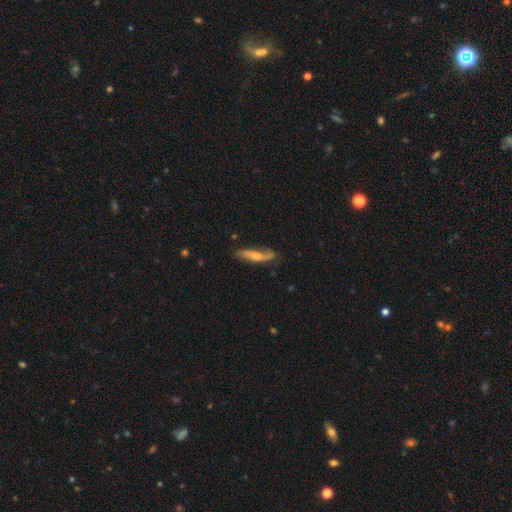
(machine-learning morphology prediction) smooth_or_featured: featured or disk (p=0.51) [alt: smooth p=0.43]
disk_edge_on: yes (p=0.52) [alt: no p=0.48]
merging: none (p=0.65) [alt: minor disturbance p=0.26]